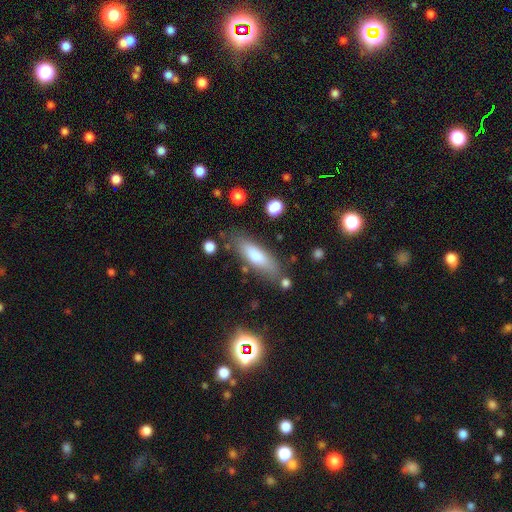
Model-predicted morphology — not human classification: Smooth or featured: smooth — 74% (featured or disk — 20%)
How rounded: cigar-shaped — 51% (in between — 47%)
Merging: none — 73% (minor disturbance — 16%)